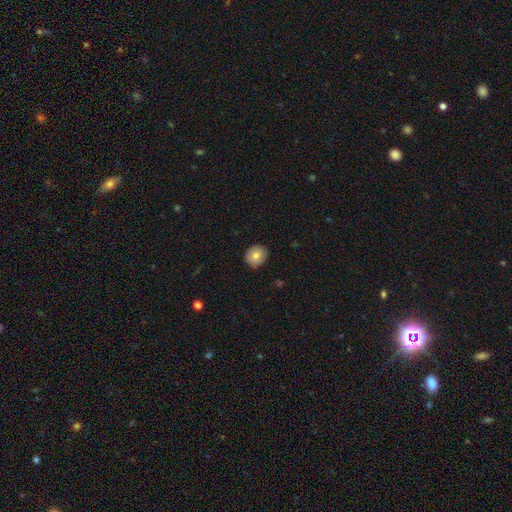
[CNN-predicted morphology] smooth 79%, featured or disk 13%, star or artifact 9%. Down the decision tree: how rounded — round (79%); merging — none (86%).